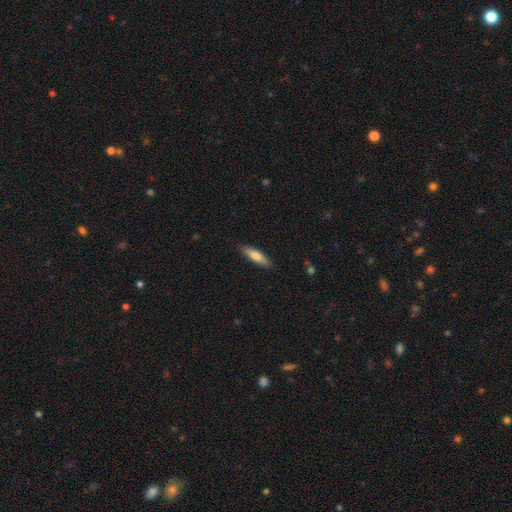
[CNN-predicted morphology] Smooth or featured: smooth — 75% (featured or disk — 19%)
How rounded: cigar-shaped — 67% (in between — 31%)
Merging: none — 87% (minor disturbance — 10%)